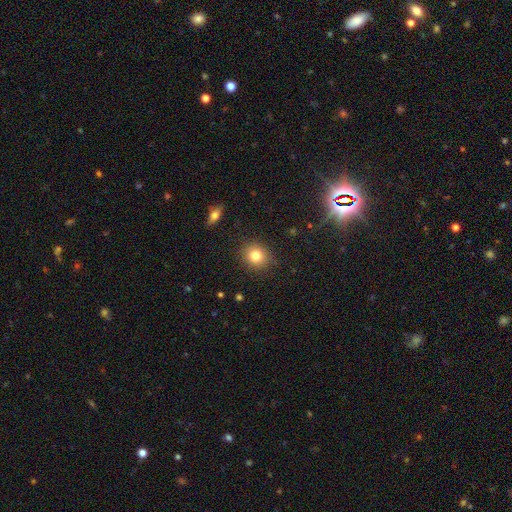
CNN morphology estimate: Q: Smooth or featured?
A: smooth (81%); runner-up: star or artifact (11%)
Q: How rounded?
A: round (81%); runner-up: in between (18%)
Q: Merging?
A: none (89%); runner-up: minor disturbance (7%)